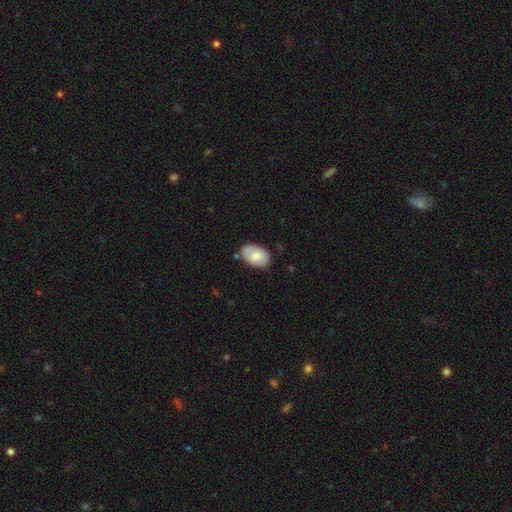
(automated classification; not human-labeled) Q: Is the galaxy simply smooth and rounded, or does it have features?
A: smooth — 76%.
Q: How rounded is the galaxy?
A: in between — 89%.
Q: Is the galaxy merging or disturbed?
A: none — 74%.